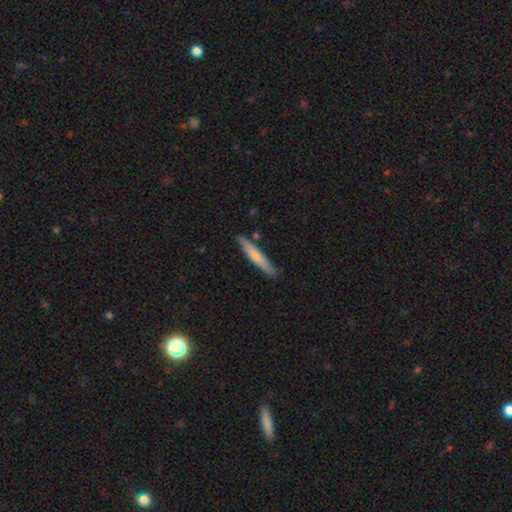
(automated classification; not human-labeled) This is likely a smooth galaxy (64%). How rounded: clearly cigar-shaped (93%). Merging: clearly none (86%).